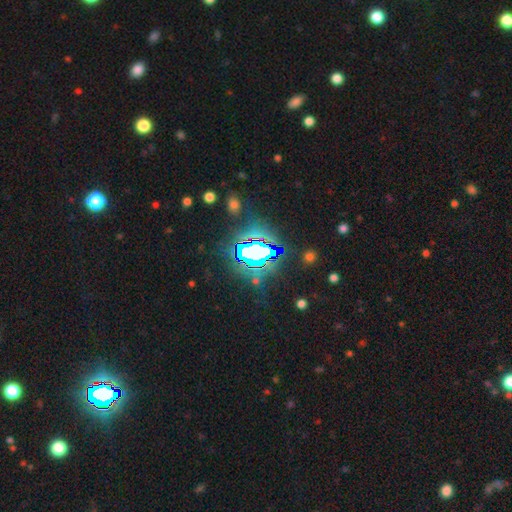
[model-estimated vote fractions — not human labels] The model was most divided on "smooth or featured": star or artifact: 70%, smooth: 17%, featured or disk: 13%.